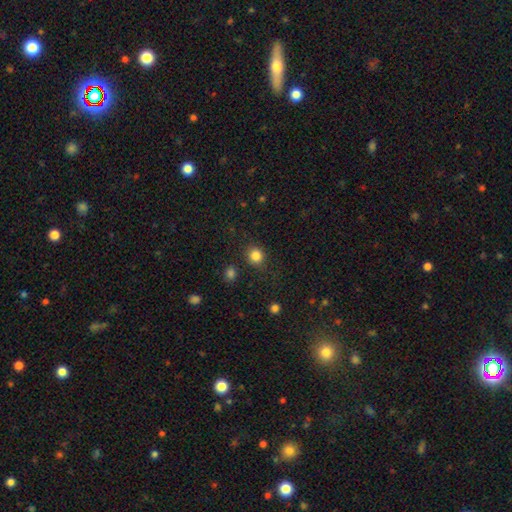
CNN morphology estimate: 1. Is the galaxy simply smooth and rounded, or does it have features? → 84% smooth, 11% star or artifact, 5% featured or disk.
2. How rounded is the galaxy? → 83% round, 16% in between, 1% cigar-shaped.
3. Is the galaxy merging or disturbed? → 85% none, 9% minor disturbance, 3% major disturbance, 3% merger.